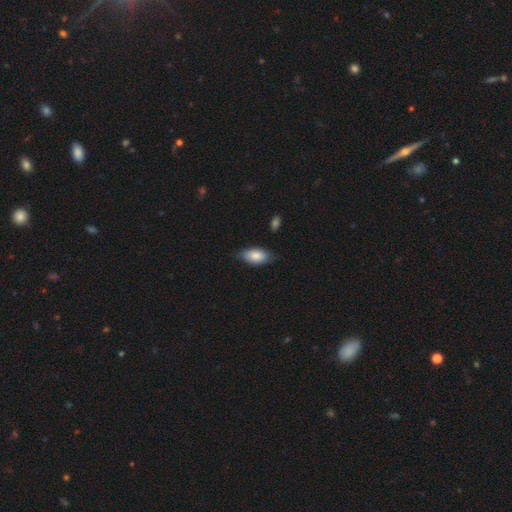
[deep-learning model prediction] Q: Smooth or featured?
A: smooth (84%); runner-up: featured or disk (10%)
Q: How rounded?
A: in between (91%); runner-up: cigar-shaped (5%)
Q: Merging?
A: none (73%); runner-up: minor disturbance (22%)